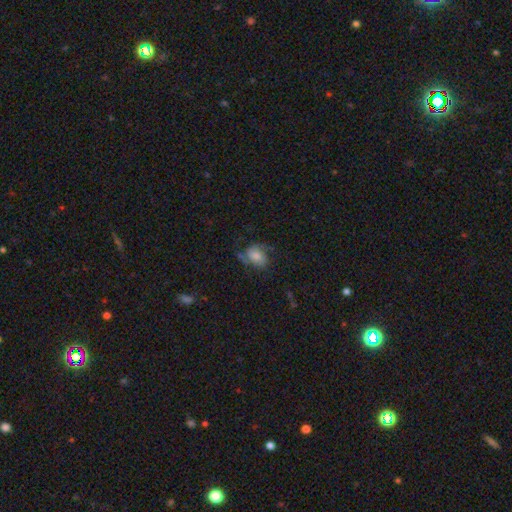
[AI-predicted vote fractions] smooth-or-featured: featured or disk: 49% | smooth: 40% | star or artifact: 11%
  merging: none: 53% | minor disturbance: 23% | major disturbance: 22% | merger: 3%